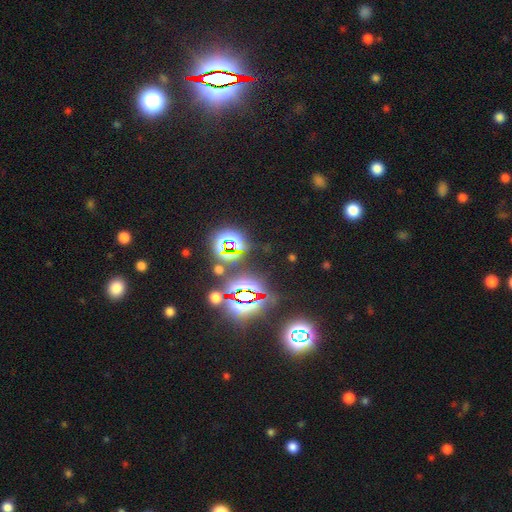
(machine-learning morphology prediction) A star or artifact, not a galaxy (80%).